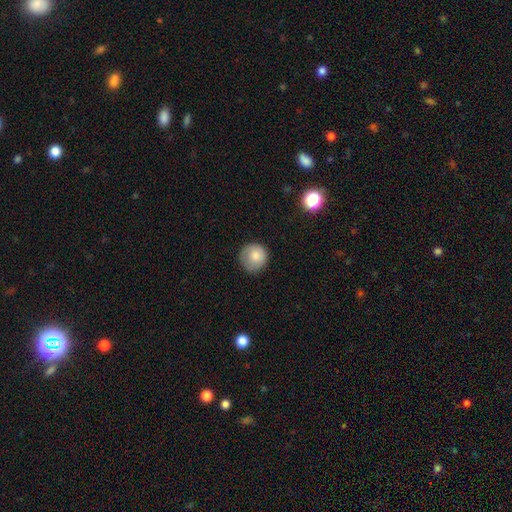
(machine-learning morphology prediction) Smooth or featured?
  - smooth: 81% *
  - featured or disk: 11%
  - star or artifact: 8%
How rounded?
  - round: 93% *
  - in between: 6%
  - cigar-shaped: 1%
Merging?
  - none: 78% *
  - minor disturbance: 16%
  - major disturbance: 4%
  - merger: 1%